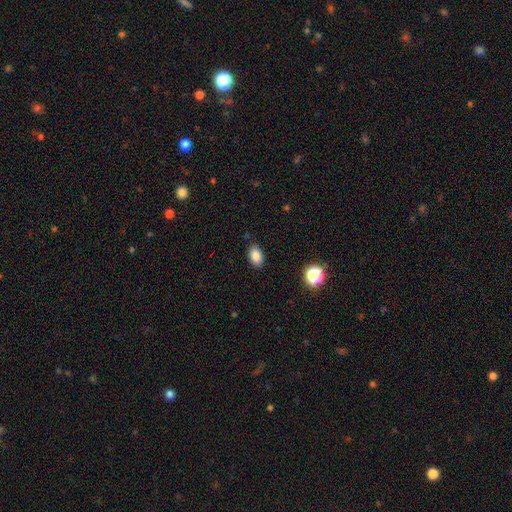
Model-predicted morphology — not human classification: A smooth galaxy with no disk features (85%) that is in between round and cigar-shaped (88%). Merging: none (87%).